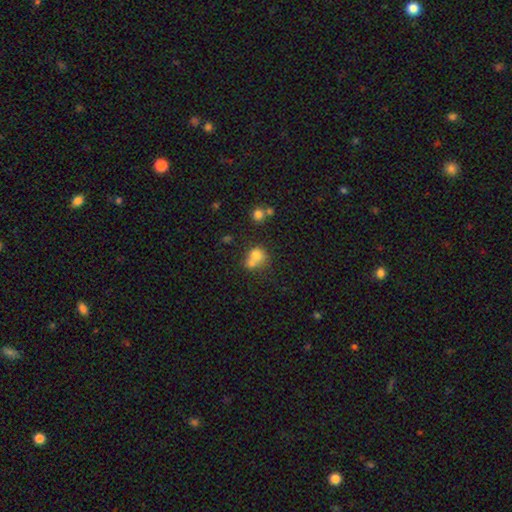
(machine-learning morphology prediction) The model was most divided on "merging": merger: 54%, none: 34%, minor disturbance: 9%, major disturbance: 4%. More confident: how rounded — round (76%); smooth or featured — smooth (72%).